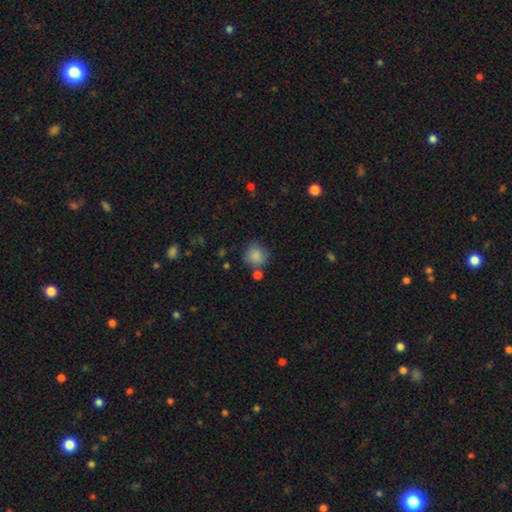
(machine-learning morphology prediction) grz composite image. It shows a smooth galaxy with no disk features (85%) that is round (88%). Merging: none (69%).